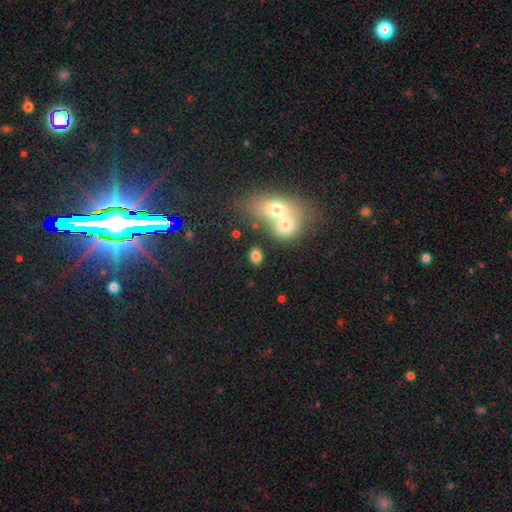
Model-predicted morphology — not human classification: Smooth or featured: smooth — 79% (star or artifact — 12%)
How rounded: in between — 61% (round — 38%)
Merging: none — 64% (merger — 23%)